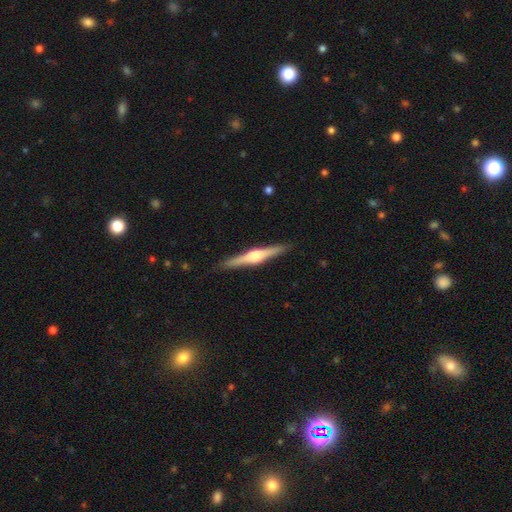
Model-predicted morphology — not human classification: type=featured or disk (76%); edge-on=yes (98%); edge-on bulge=rounded (87%); merging=none (91%).